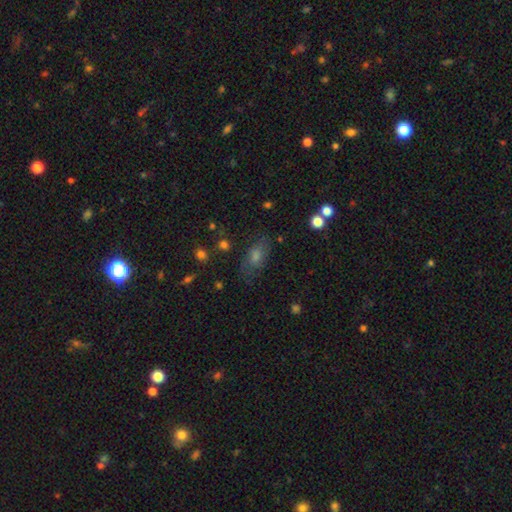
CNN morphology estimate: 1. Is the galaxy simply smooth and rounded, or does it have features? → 44% smooth, 30% featured or disk, 26% star or artifact.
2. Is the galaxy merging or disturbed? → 70% none, 18% minor disturbance, 9% major disturbance, 3% merger.